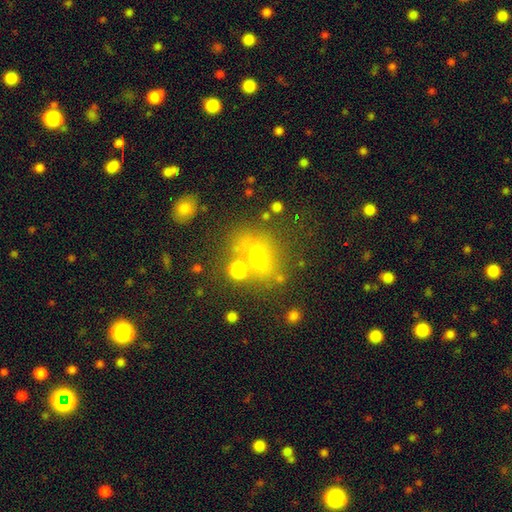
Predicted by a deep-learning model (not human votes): This appears to be a smooth galaxy with no disk features (62%) that is in between round and cigar-shaped (56%). Merging: none (66%).